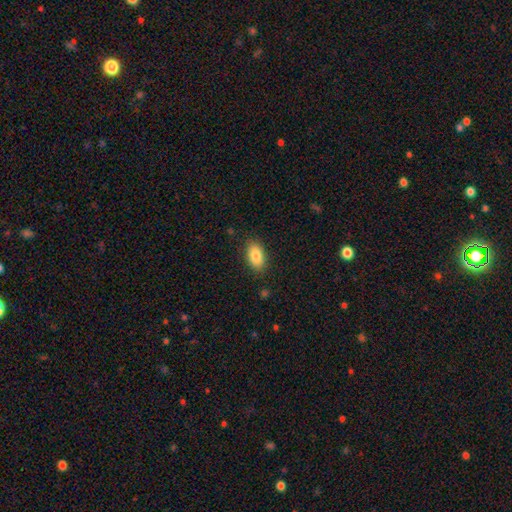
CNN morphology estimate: smooth-or-featured: smooth: 86% | featured or disk: 7% | star or artifact: 7%
  how-rounded: in between: 92% | round: 5% | cigar-shaped: 3%
  merging: none: 86% | minor disturbance: 10% | major disturbance: 3% | merger: 1%